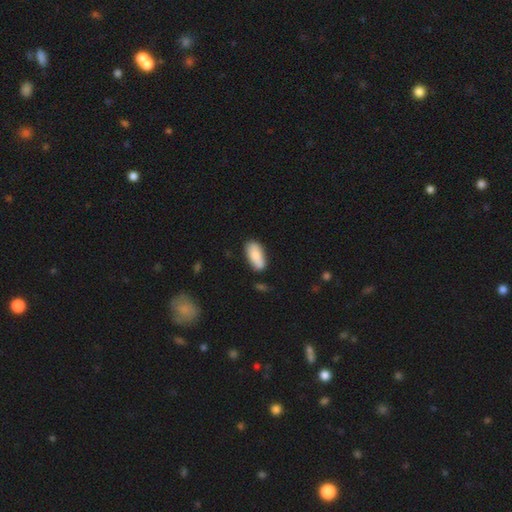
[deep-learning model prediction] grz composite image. It shows a smooth galaxy with no disk features (86%) that is in between round and cigar-shaped (87%). Merging: none (75%).